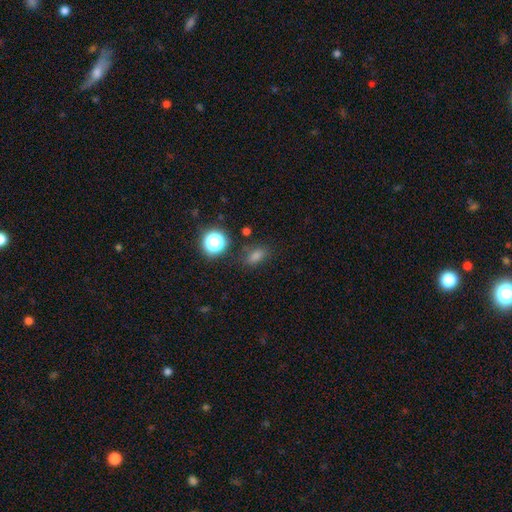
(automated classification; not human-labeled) Overall: smooth (69%). How rounded: in between (71%). Merging: none (79%).